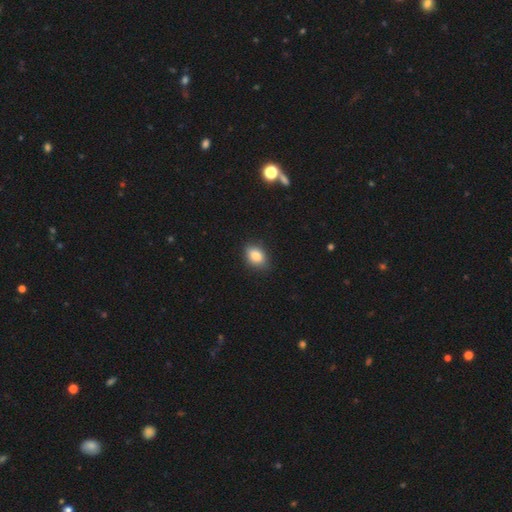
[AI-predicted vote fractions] Q: Smooth or featured?
A: smooth (84%); runner-up: star or artifact (9%)
Q: How rounded?
A: in between (78%); runner-up: round (21%)
Q: Merging?
A: none (83%); runner-up: minor disturbance (14%)